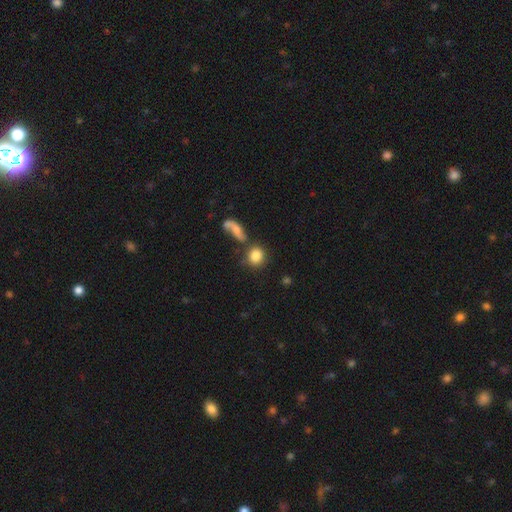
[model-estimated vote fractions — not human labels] Smooth or featured? Predicted: smooth (p=0.82). How rounded? Predicted: round (p=0.81). Merging? Predicted: none (p=0.63).